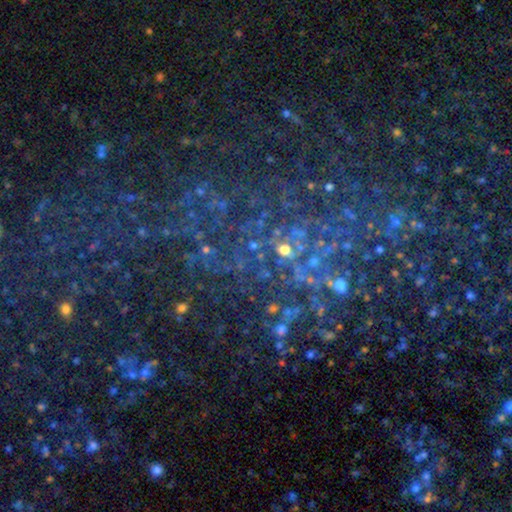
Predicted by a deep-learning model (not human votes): This appears to be a star or artifact, not a galaxy (73%).